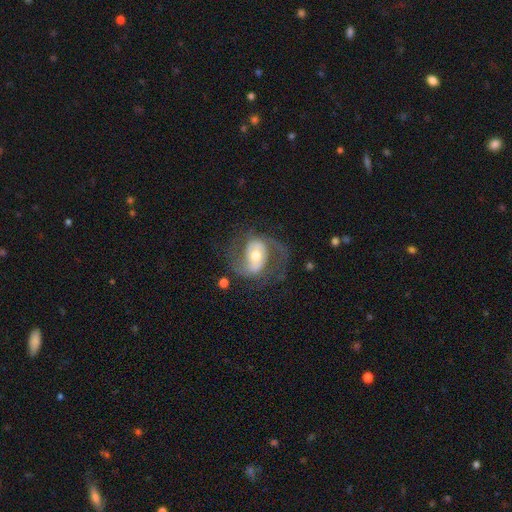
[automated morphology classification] Q: Smooth or featured?
A: featured or disk (82%); runner-up: smooth (13%)
Q: Edge-on disk?
A: no (97%); runner-up: yes (3%)
Q: Bar?
A: weak (38%); runner-up: no (37%)
Q: Spiral arms?
A: yes (90%); runner-up: no (10%)
Q: Spiral winding?
A: medium (52%); runner-up: loose (29%)
Q: Spiral arm count?
A: 2 (87%); runner-up: can't tell (6%)
Q: Bulge size?
A: moderate (66%); runner-up: small (22%)
Q: Merging?
A: none (63%); runner-up: major disturbance (18%)